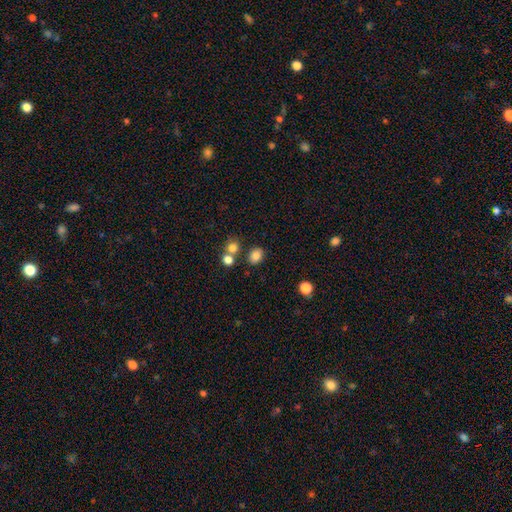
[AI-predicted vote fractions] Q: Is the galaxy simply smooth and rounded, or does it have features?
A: smooth — 83%.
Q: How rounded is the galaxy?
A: round — 50%.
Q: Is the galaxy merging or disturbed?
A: none — 74%.